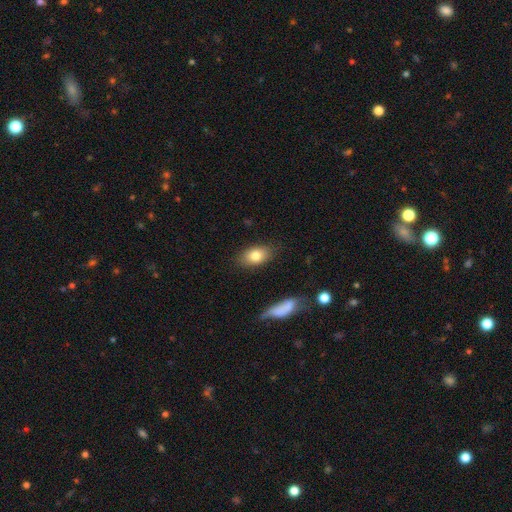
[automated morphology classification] Overall: smooth (80%). How rounded: in between (86%). Merging: none (81%).